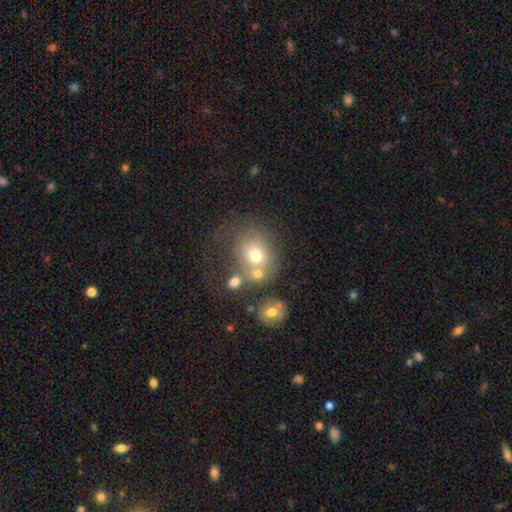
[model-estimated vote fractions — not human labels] The model was most divided on "merging": none: 42%, merger: 29%, minor disturbance: 15%, major disturbance: 13%. More confident: how rounded — round (70%); smooth or featured — smooth (66%).